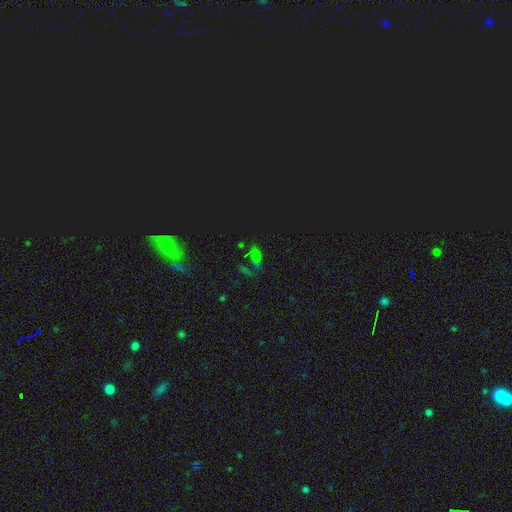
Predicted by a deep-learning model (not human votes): This appears to be a star or artifact, not a galaxy (52%).